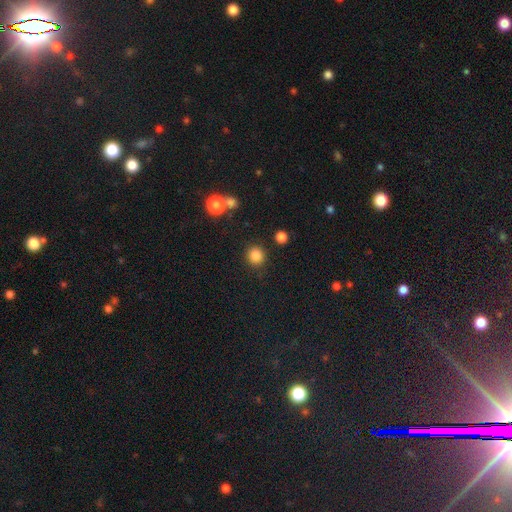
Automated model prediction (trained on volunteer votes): Morphology: type=smooth (84%); roundness=round (89%); merging=none (87%).